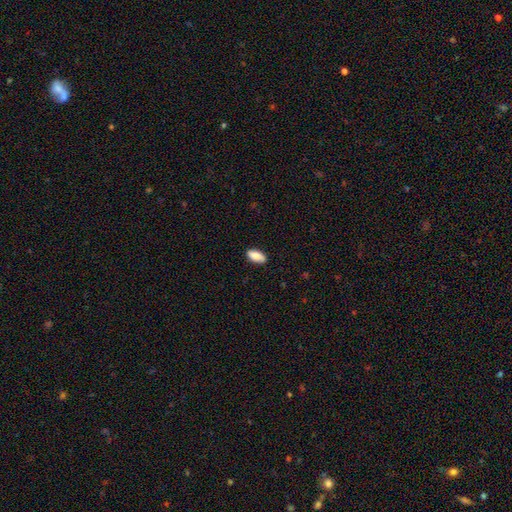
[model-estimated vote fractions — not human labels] This appears to be a smooth galaxy with no disk features (85%) that is in between round and cigar-shaped (90%). Merging: none (86%).